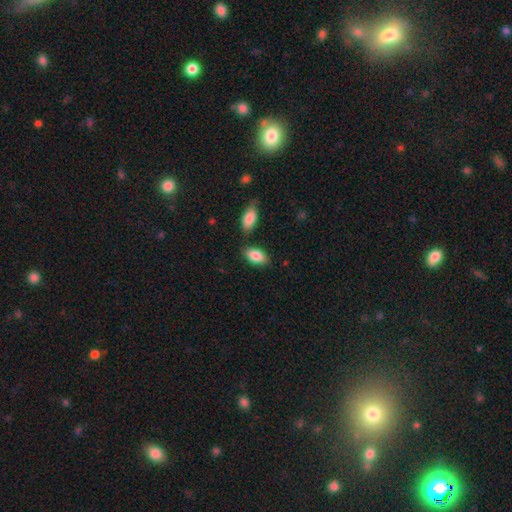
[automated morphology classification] Smooth or featured: smooth — 85% (featured or disk — 9%)
How rounded: in between — 92% (cigar-shaped — 4%)
Merging: none — 78% (minor disturbance — 12%)